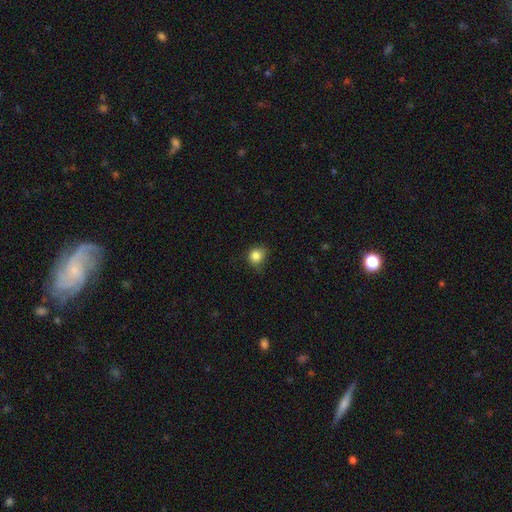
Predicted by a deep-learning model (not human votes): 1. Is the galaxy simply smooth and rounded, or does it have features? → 85% smooth, 10% star or artifact, 5% featured or disk.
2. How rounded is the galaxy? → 77% round, 22% in between, 1% cigar-shaped.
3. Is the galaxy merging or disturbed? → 69% none, 25% minor disturbance, 5% major disturbance, 1% merger.